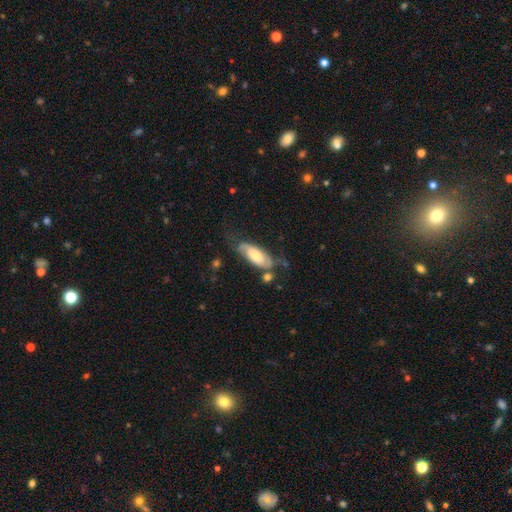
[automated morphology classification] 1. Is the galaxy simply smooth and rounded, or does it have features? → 47% smooth, 46% featured or disk, 6% star or artifact.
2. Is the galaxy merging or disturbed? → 48% none, 27% minor disturbance, 17% major disturbance, 9% merger.